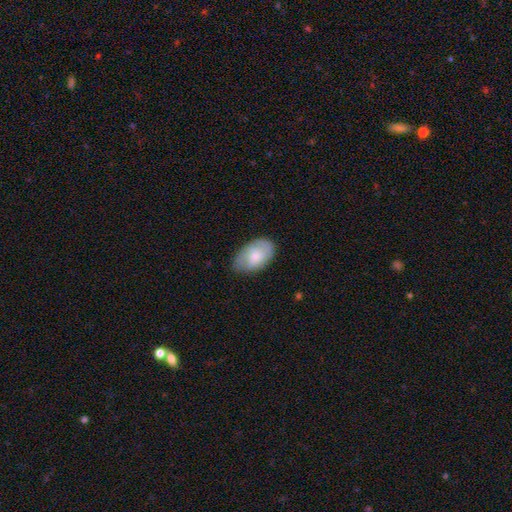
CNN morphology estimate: Smooth or featured: smooth — 65% (featured or disk — 29%)
How rounded: in between — 92% (round — 6%)
Merging: none — 71% (minor disturbance — 23%)